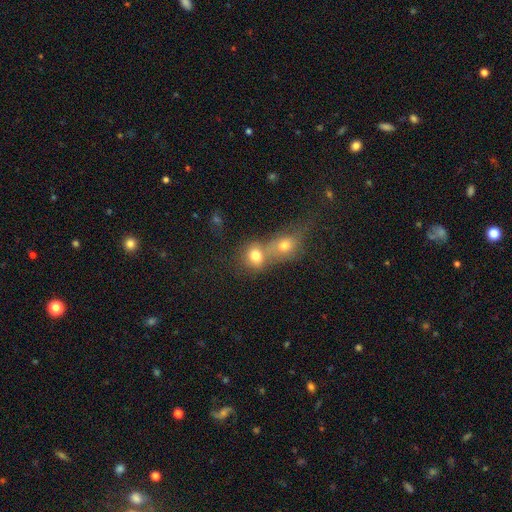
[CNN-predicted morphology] Q: Smooth or featured?
A: smooth (75%); runner-up: star or artifact (13%)
Q: How rounded?
A: round (63%); runner-up: in between (35%)
Q: Merging?
A: merger (59%); runner-up: none (30%)